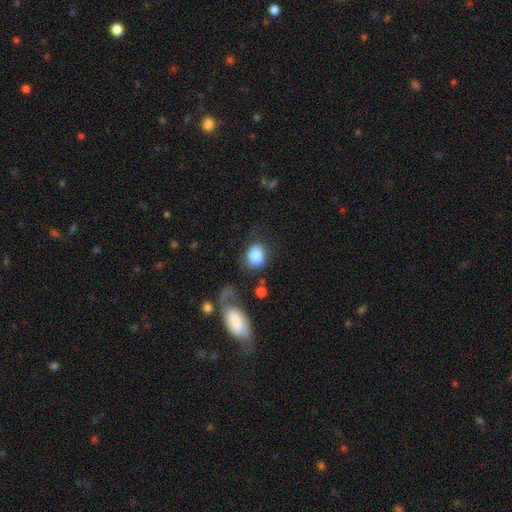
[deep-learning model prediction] smooth-or-featured: smooth: 84% | featured or disk: 8% | star or artifact: 7%
  how-rounded: in between: 56% | round: 43% | cigar-shaped: 1%
  merging: none: 57% | minor disturbance: 21% | major disturbance: 13% | merger: 9%